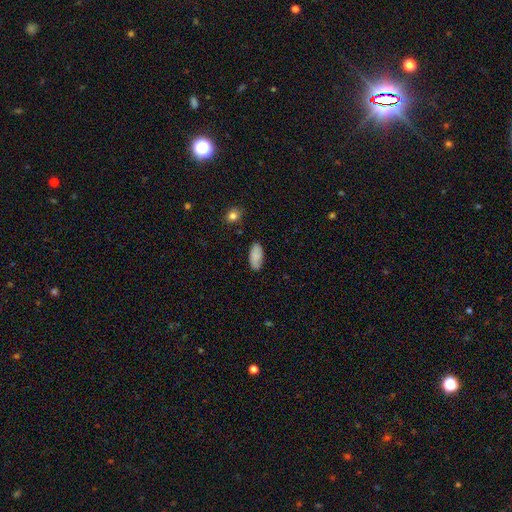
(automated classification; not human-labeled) Smooth or featured?
  - smooth: 87% *
  - star or artifact: 7%
  - featured or disk: 6%
How rounded?
  - in between: 92% *
  - cigar-shaped: 6%
  - round: 2%
Merging?
  - none: 84% *
  - minor disturbance: 12%
  - major disturbance: 2%
  - merger: 2%